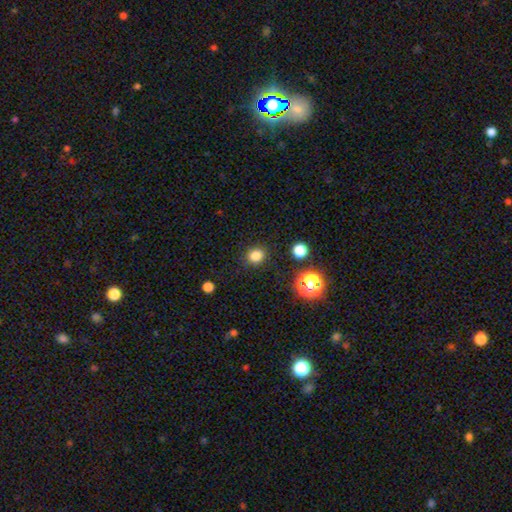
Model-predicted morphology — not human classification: smooth 82%, star or artifact 14%, featured or disk 4%. Down the decision tree: how rounded — round (78%); merging — none (88%).